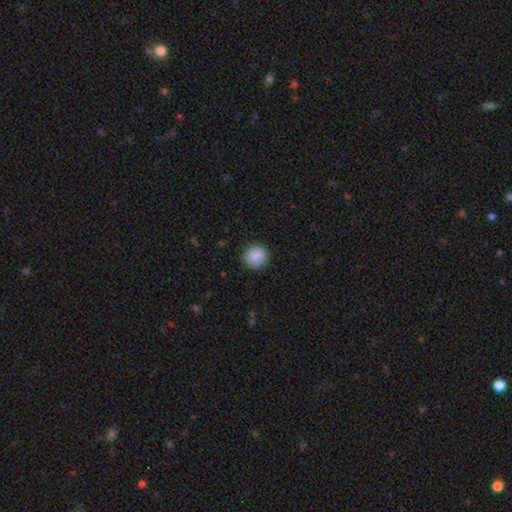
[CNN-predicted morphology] Smooth or featured: smooth — 87% (star or artifact — 7%)
How rounded: round — 92% (in between — 7%)
Merging: none — 88% (minor disturbance — 8%)